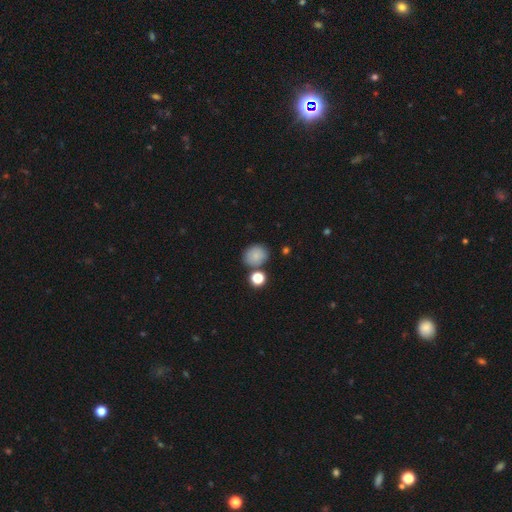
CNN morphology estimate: smooth-or-featured: smooth: 82% | star or artifact: 11% | featured or disk: 7%
  how-rounded: round: 65% | in between: 34% | cigar-shaped: 1%
  merging: none: 73% | minor disturbance: 12% | merger: 11% | major disturbance: 4%